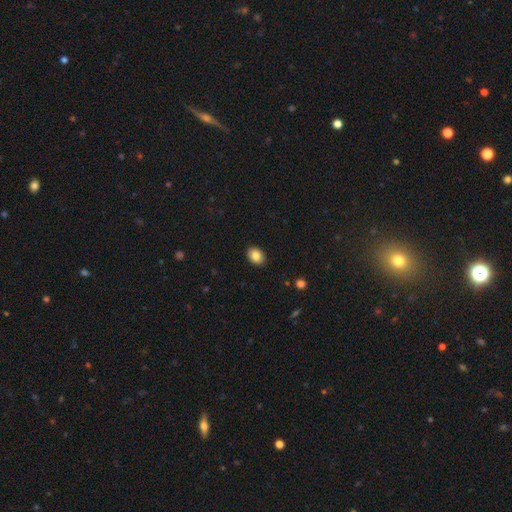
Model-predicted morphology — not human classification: This is clearly a smooth galaxy (85%). How rounded: likely in between (72%). Merging: clearly none (90%).